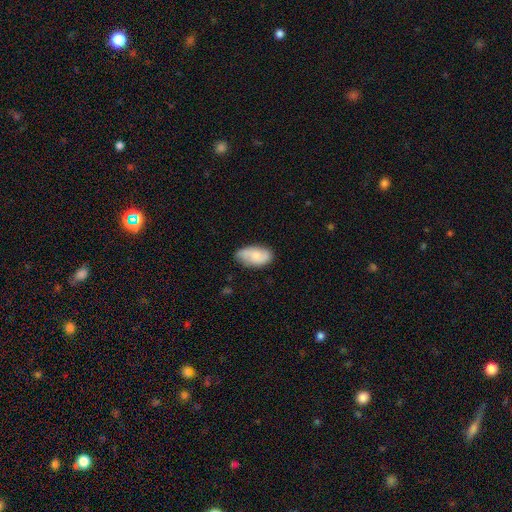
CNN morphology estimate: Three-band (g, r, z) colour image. It shows a smooth galaxy with no disk features (62%) that is in between round and cigar-shaped (93%). Merging: none (71%).